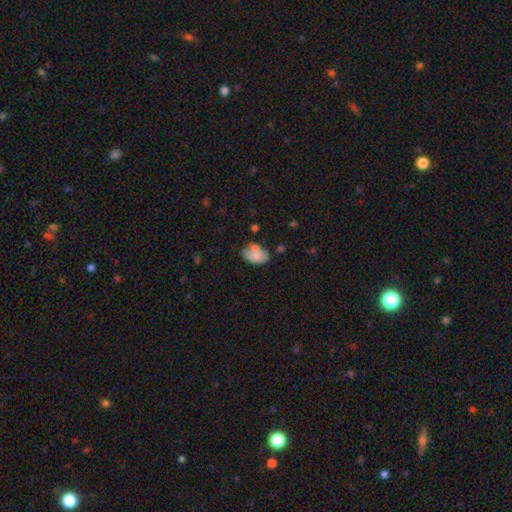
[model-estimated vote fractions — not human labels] The model was most divided on "merging": none: 48%, minor disturbance: 23%, merger: 21%, major disturbance: 9%. More confident: how rounded — in between (88%); smooth or featured — smooth (73%).